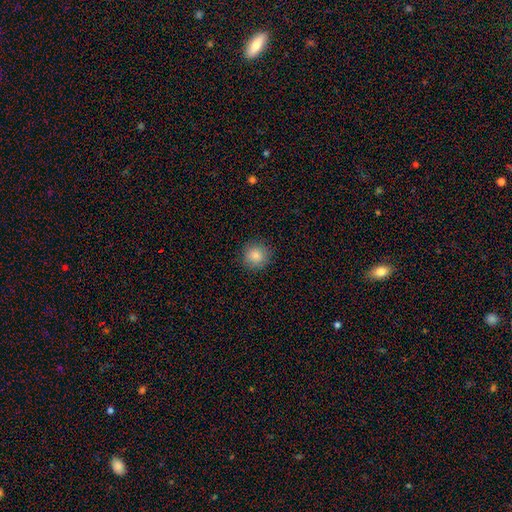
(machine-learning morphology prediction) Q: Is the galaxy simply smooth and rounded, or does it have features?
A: smooth — 85%.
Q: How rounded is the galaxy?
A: round — 91%.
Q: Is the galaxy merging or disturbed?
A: none — 89%.